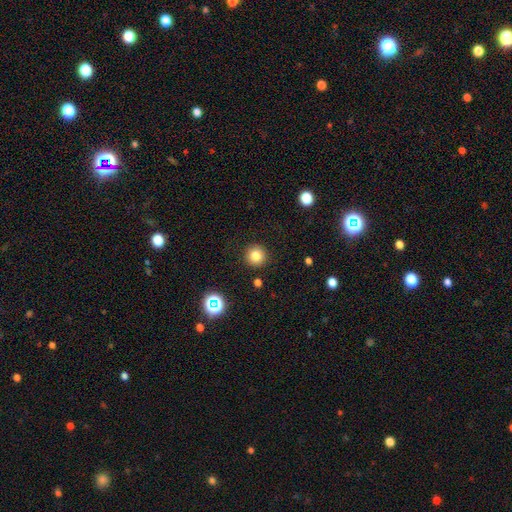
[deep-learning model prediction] Smooth or featured? smooth (81%)
How rounded? round (95%)
Merging? none (91%)